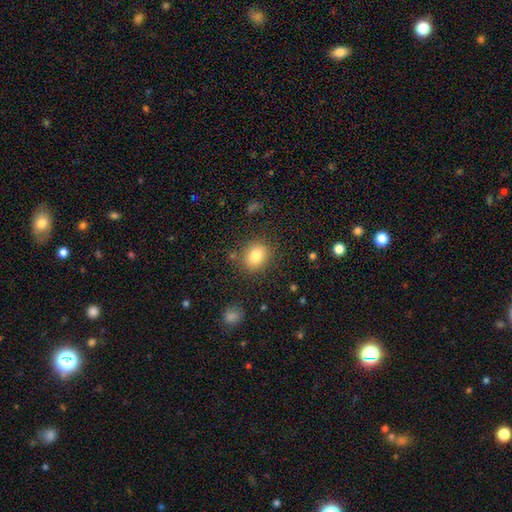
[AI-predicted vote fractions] smooth 81%, star or artifact 10%, featured or disk 9%. Down the decision tree: how rounded — round (66%); merging — none (84%).